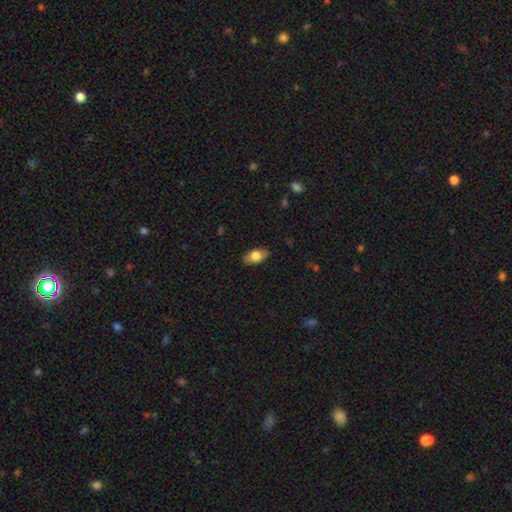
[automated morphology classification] smooth_or_featured: smooth (p=0.77) [alt: featured or disk p=0.16]
how_rounded: in between (p=0.91) [alt: round p=0.05]
merging: none (p=0.87) [alt: minor disturbance p=0.10]